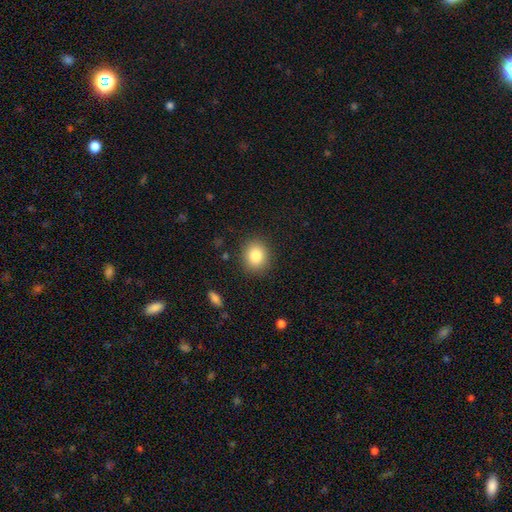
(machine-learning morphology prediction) smooth-or-featured: smooth: 83% | star or artifact: 9% | featured or disk: 7%
  how-rounded: round: 71% | in between: 28% | cigar-shaped: 1%
  merging: none: 88% | minor disturbance: 8% | major disturbance: 3% | merger: 1%